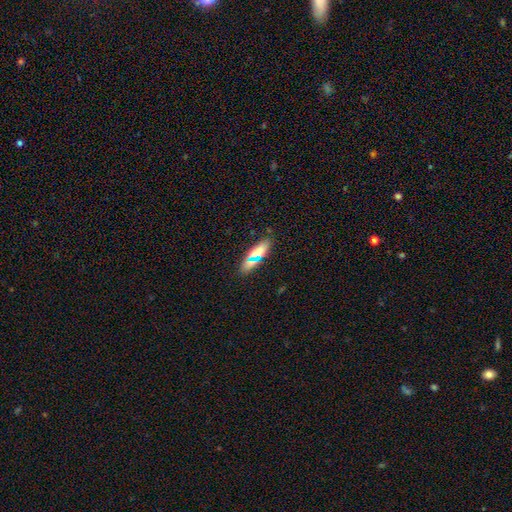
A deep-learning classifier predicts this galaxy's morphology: Overall: smooth (67%). How rounded: in between (51%; cigar-shaped 45%). Merging: none (84%).